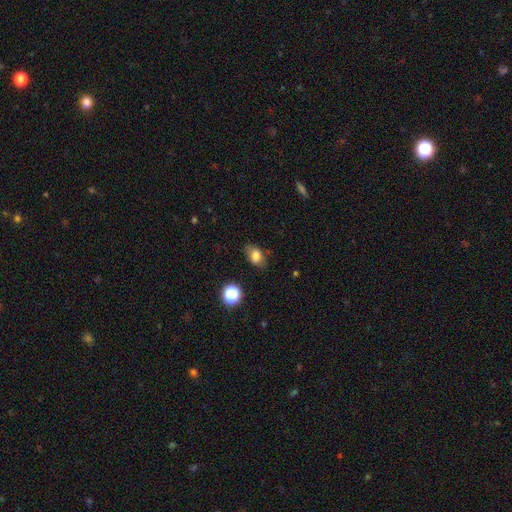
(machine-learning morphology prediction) This is likely a smooth galaxy (78%). How rounded: clearly in between (82%). Merging: likely none (78%).